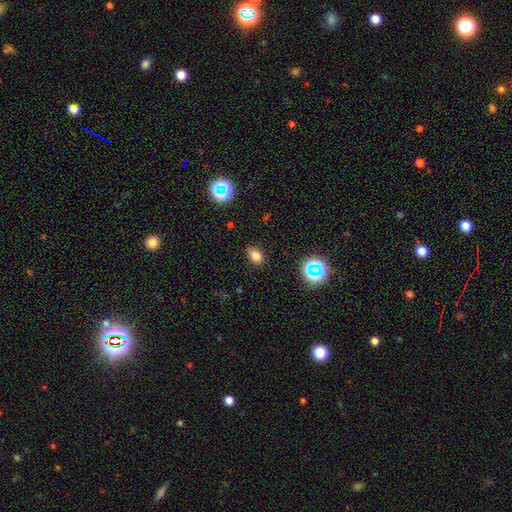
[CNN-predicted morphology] Smooth or featured? smooth (78%)
How rounded? in between (71%)
Merging? none (82%)